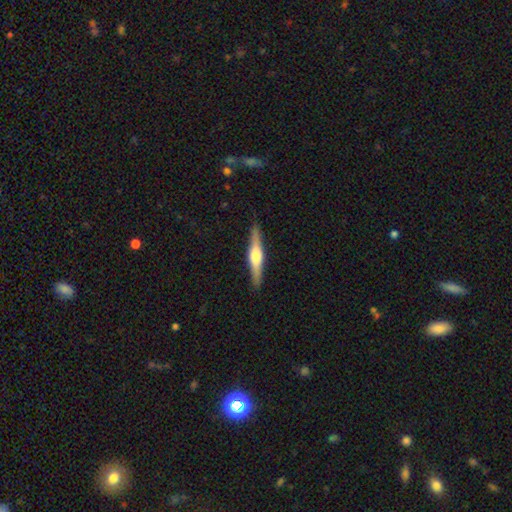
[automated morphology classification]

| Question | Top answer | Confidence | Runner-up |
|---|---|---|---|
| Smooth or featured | featured or disk | 67% | smooth (28%) |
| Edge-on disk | yes | 97% | no (3%) |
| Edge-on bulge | rounded | 88% | boxy (9%) |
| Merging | none | 90% | minor disturbance (7%) |